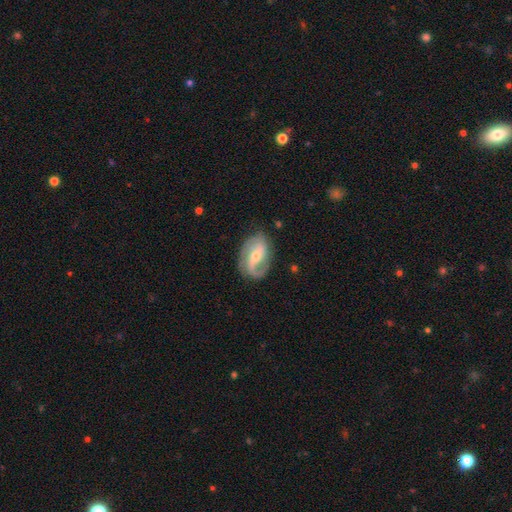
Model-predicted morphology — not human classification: This is clearly a featured or disk galaxy (84%). It is clearly not viewed edge-on (97%). Bar: marginally weak (43%). Spiral arm pattern: clearly yes (95%). Spiral arm count: likely 2 (73%). Spiral winding: marginally medium (45%). Central bulge: possibly small (49%). Merging: likely none (72%).